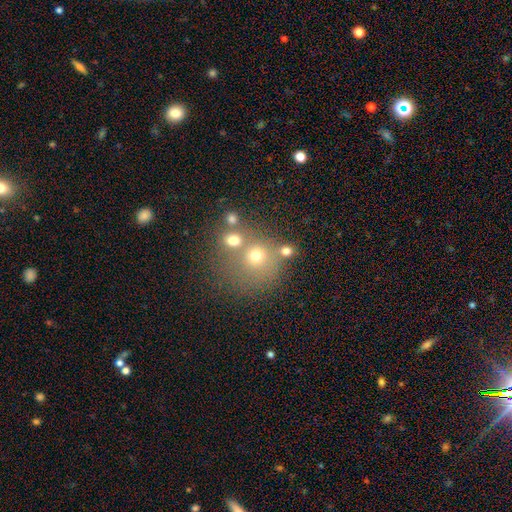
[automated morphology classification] type=smooth (55%); roundness=round (87%); merging=none (51%).